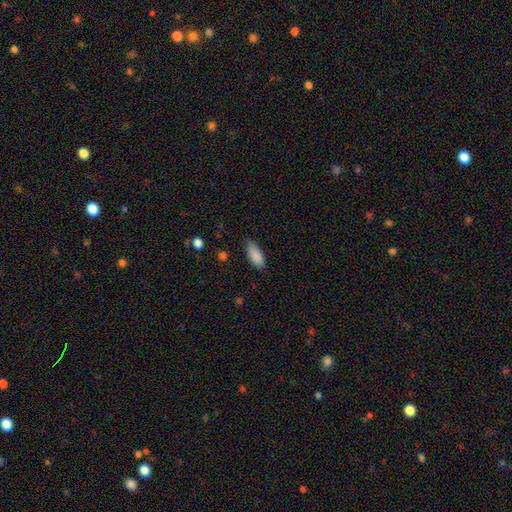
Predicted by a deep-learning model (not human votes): The model was most divided on "merging": none: 74%, minor disturbance: 21%, major disturbance: 4%, merger: 1%. More confident: smooth or featured — smooth (88%); how rounded — in between (83%).